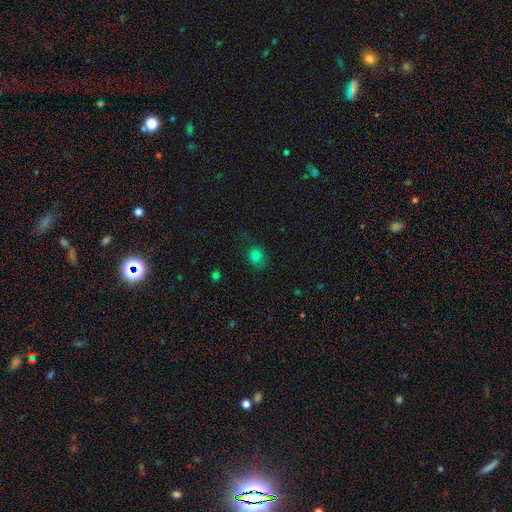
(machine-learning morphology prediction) Q: Smooth or featured?
A: smooth (79%); runner-up: star or artifact (14%)
Q: How rounded?
A: round (63%); runner-up: in between (36%)
Q: Merging?
A: none (68%); runner-up: minor disturbance (22%)